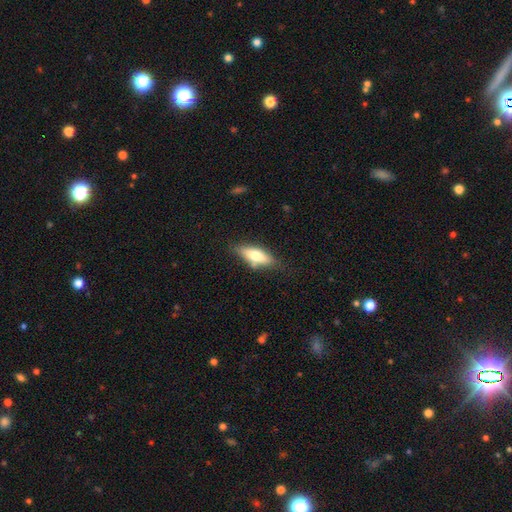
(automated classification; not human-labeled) A smooth galaxy with no disk features (63%) that is in between round and cigar-shaped (65%).

Vote fractions:
- Smooth or featured? smooth: 63% / featured or disk: 30% / star or artifact: 7%
- How rounded? in between: 65% / cigar-shaped: 32% / round: 3%
- Merging? none: 72% / minor disturbance: 18% / merger: 5% / major disturbance: 5%